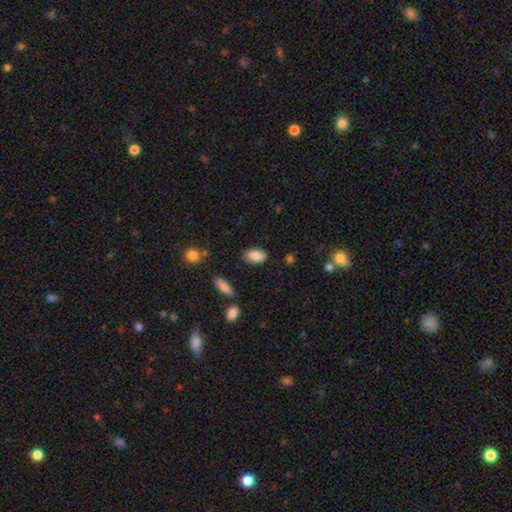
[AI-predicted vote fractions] Q: Smooth or featured?
A: smooth (86%); runner-up: star or artifact (8%)
Q: How rounded?
A: in between (92%); runner-up: round (5%)
Q: Merging?
A: none (82%); runner-up: minor disturbance (13%)